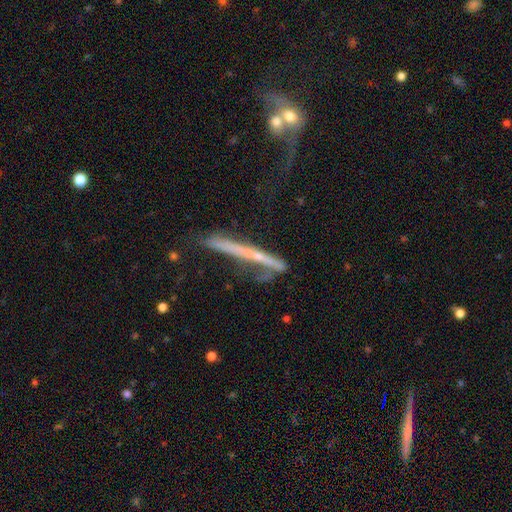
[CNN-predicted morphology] The model was most divided on "merging": none: 39%, minor disturbance: 24%, major disturbance: 23%, merger: 14%. More confident: edge-on disk — yes (86%); edge-on bulge — none (66%); smooth or featured — featured or disk (65%).